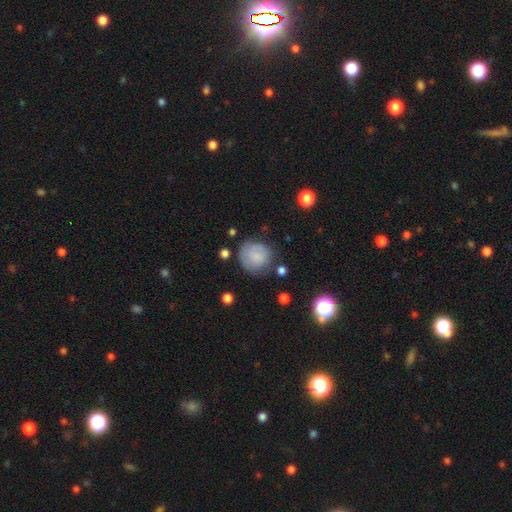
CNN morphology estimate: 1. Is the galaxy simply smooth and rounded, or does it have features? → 75% smooth, 17% featured or disk, 8% star or artifact.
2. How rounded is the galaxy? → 86% round, 13% in between, 1% cigar-shaped.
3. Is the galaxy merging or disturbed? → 62% none, 24% minor disturbance, 11% major disturbance, 3% merger.